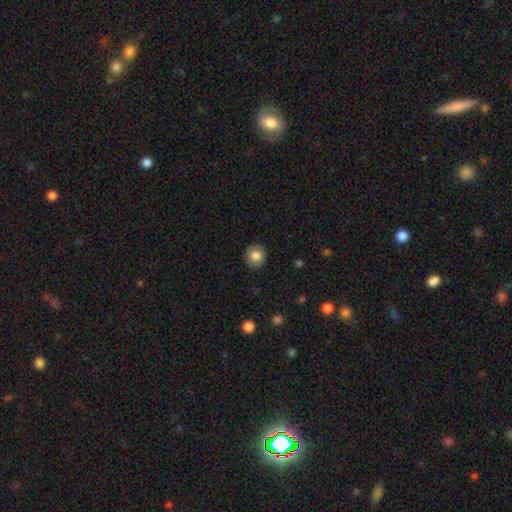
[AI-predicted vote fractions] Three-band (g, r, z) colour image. It shows a smooth galaxy with no disk features (84%) that is round (89%). Merging: none (90%).